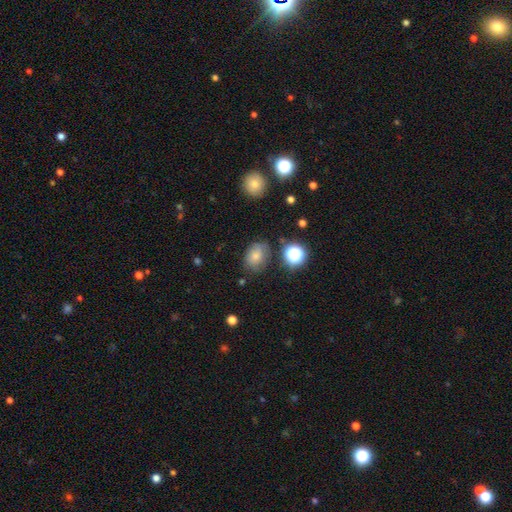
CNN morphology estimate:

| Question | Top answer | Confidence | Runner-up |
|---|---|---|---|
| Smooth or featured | smooth | 72% | star or artifact (14%) |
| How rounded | in between | 68% | round (30%) |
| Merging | none | 69% | minor disturbance (21%) |